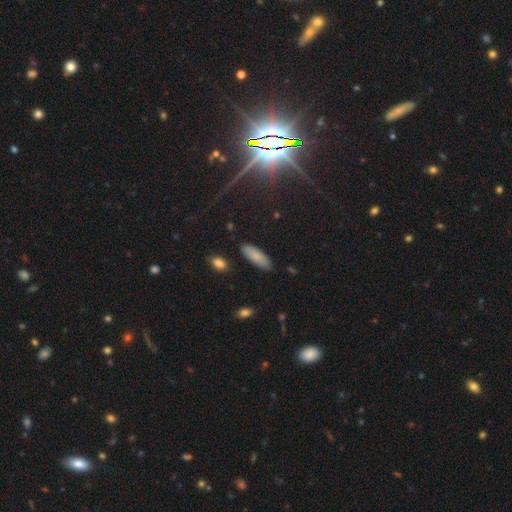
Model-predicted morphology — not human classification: This is clearly a smooth galaxy (83%). How rounded: likely in between (67%). Merging: clearly none (86%).